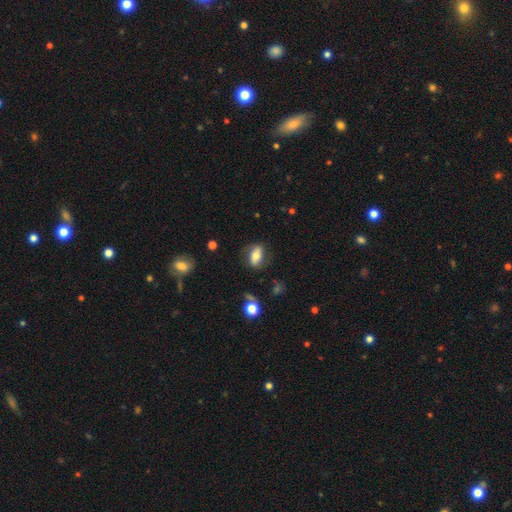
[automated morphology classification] Smooth or featured?
  - smooth: 58% *
  - featured or disk: 33%
  - star or artifact: 8%
How rounded?
  - in between: 82% *
  - round: 11%
  - cigar-shaped: 6%
Merging?
  - none: 72% *
  - minor disturbance: 18%
  - major disturbance: 8%
  - merger: 2%